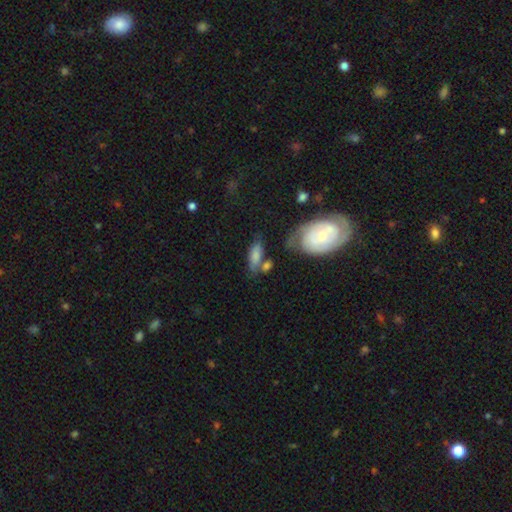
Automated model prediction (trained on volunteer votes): A smooth galaxy with no disk features (72%) that is in between round and cigar-shaped (78%). Merging: none (46%).